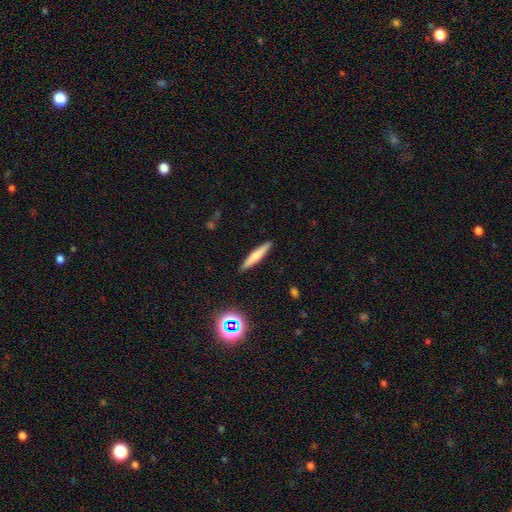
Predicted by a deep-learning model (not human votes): smooth 66%, featured or disk 26%, star or artifact 8%. Down the decision tree: how rounded — cigar-shaped (91%); merging — none (90%).